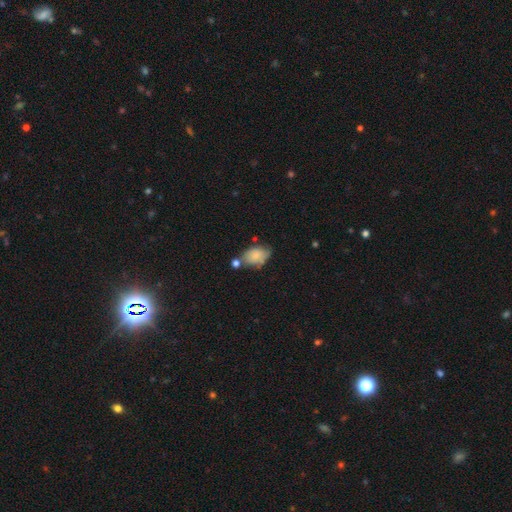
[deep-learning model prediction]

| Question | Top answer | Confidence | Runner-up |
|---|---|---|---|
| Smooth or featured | smooth | 79% | featured or disk (13%) |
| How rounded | in between | 88% | round (11%) |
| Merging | none | 47% | minor disturbance (28%) |